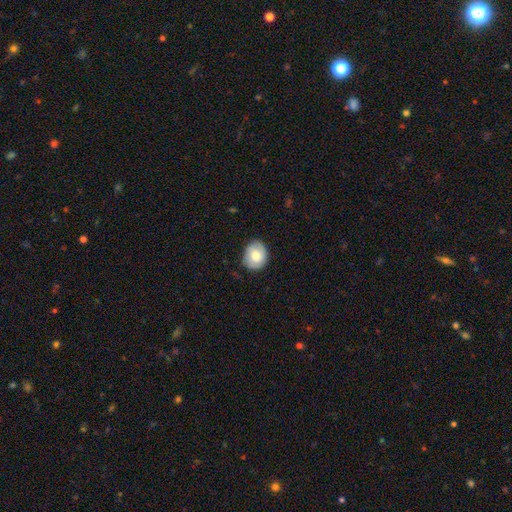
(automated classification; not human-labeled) Smooth or featured? Predicted: smooth (p=0.72). How rounded? Predicted: round (p=0.65). Merging? Predicted: none (p=0.78).